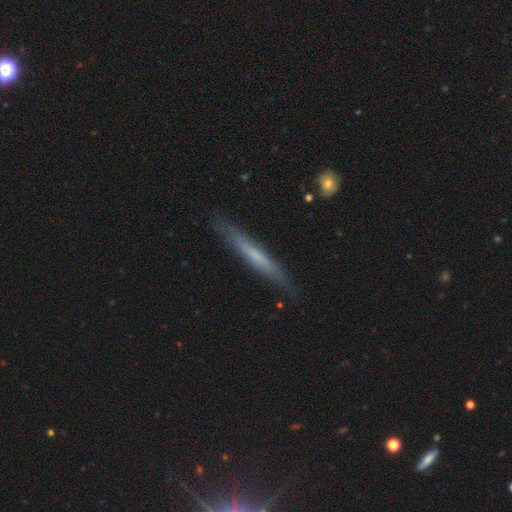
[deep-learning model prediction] smooth-or-featured: smooth: 50% | featured or disk: 44% | star or artifact: 6%
  merging: none: 83% | minor disturbance: 13% | major disturbance: 3% | merger: 2%